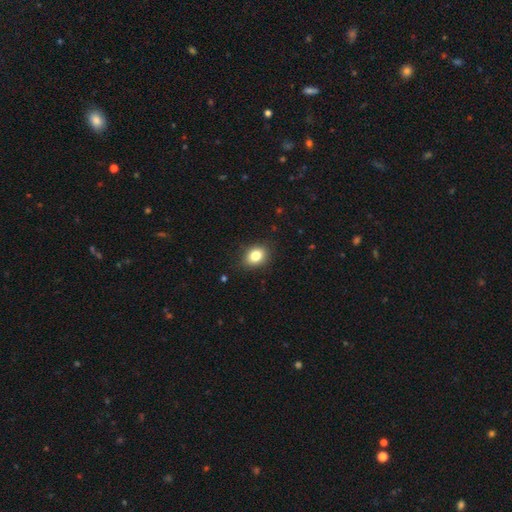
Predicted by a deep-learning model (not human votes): smooth-or-featured: smooth: 82% | star or artifact: 10% | featured or disk: 8%
  how-rounded: in between: 59% | round: 40% | cigar-shaped: 1%
  merging: none: 86% | minor disturbance: 11% | major disturbance: 2% | merger: 1%